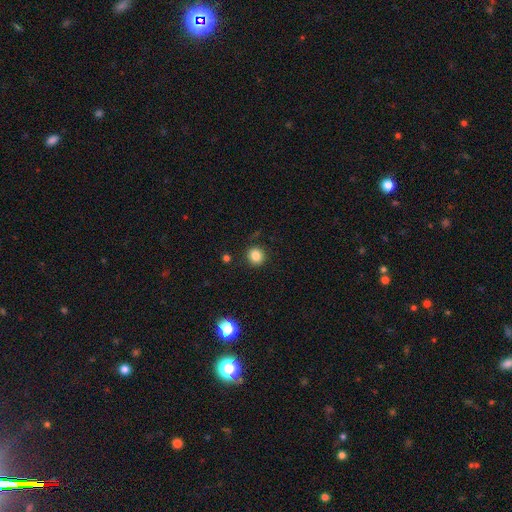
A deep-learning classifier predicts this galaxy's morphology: Q: Smooth or featured?
A: smooth (84%); runner-up: star or artifact (11%)
Q: How rounded?
A: round (89%); runner-up: in between (10%)
Q: Merging?
A: none (88%); runner-up: minor disturbance (8%)